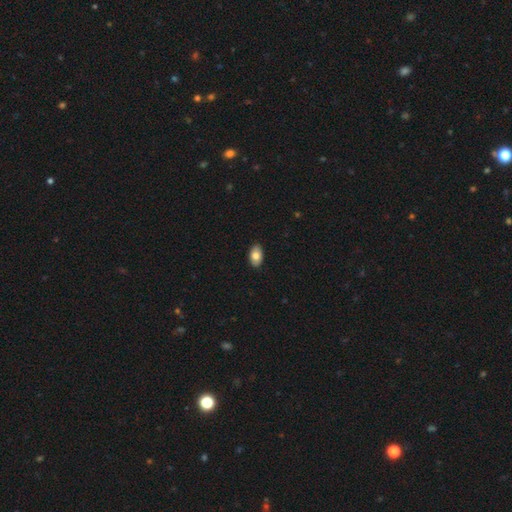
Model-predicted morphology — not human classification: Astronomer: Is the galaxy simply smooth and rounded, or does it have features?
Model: smooth — 81%.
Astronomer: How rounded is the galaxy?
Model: in between — 93%.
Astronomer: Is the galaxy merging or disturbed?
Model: none — 90%.